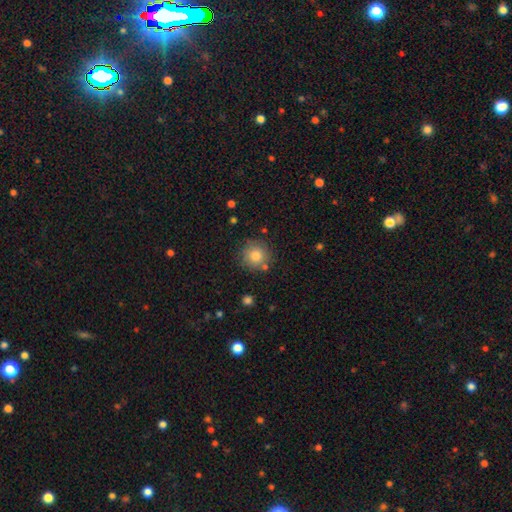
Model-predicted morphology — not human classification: Smooth or featured? Predicted: smooth (p=0.80). How rounded? Predicted: round (p=0.93). Merging? Predicted: none (p=0.82).